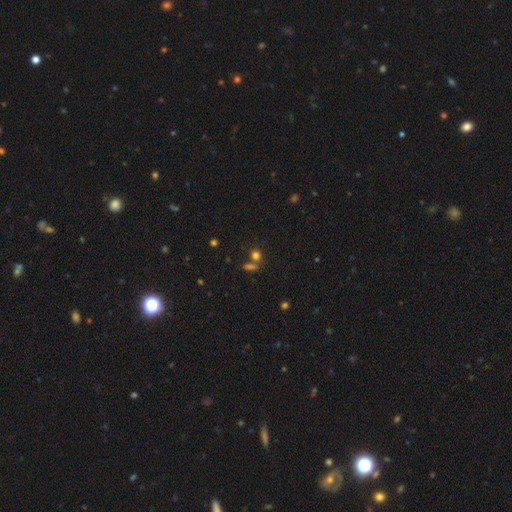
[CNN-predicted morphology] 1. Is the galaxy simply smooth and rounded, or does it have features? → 69% smooth, 22% star or artifact, 8% featured or disk.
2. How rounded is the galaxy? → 73% round, 24% in between, 3% cigar-shaped.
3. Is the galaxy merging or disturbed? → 59% none, 27% merger, 9% minor disturbance, 5% major disturbance.